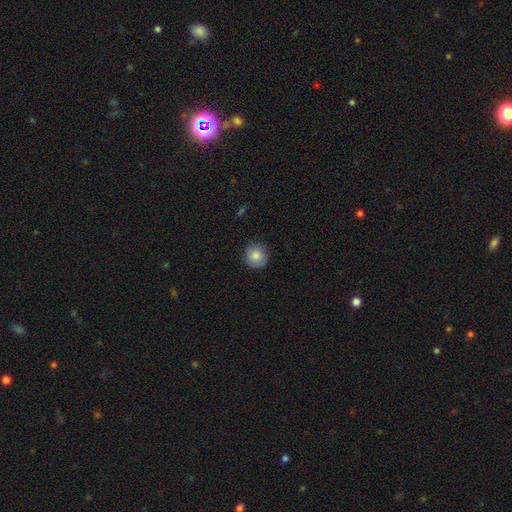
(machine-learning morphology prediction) This appears to be a smooth galaxy with no disk features (84%) that is round (92%). Merging: none (85%).